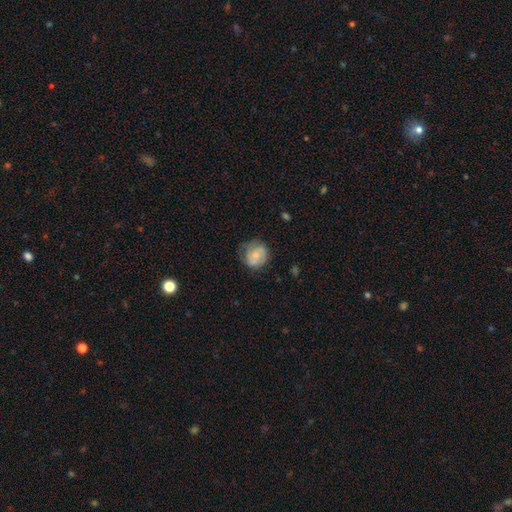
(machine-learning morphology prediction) type=smooth (47%); merging=none (60%).